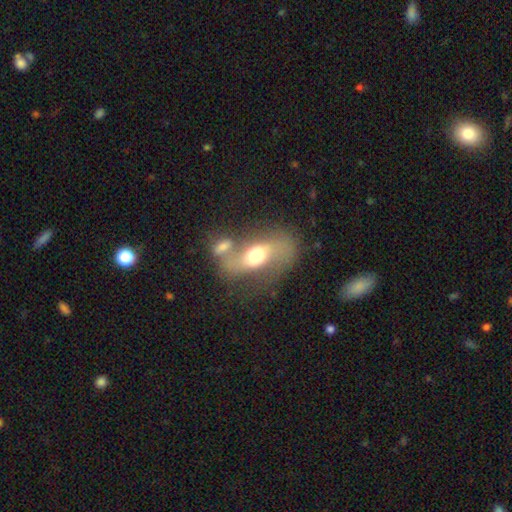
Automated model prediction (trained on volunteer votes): smooth_or_featured: featured or disk (p=0.55) [alt: smooth p=0.37]
disk_edge_on: no (p=0.88) [alt: yes p=0.12]
merging: merger (p=0.37) [alt: none p=0.31]